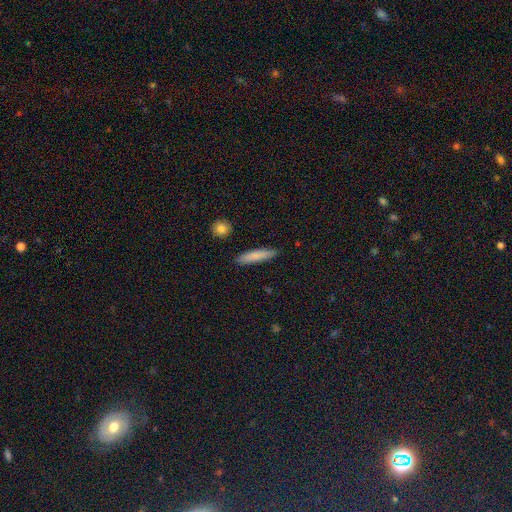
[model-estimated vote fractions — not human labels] Smooth or featured: smooth — 81% (featured or disk — 13%)
How rounded: cigar-shaped — 85% (in between — 13%)
Merging: none — 89% (minor disturbance — 7%)